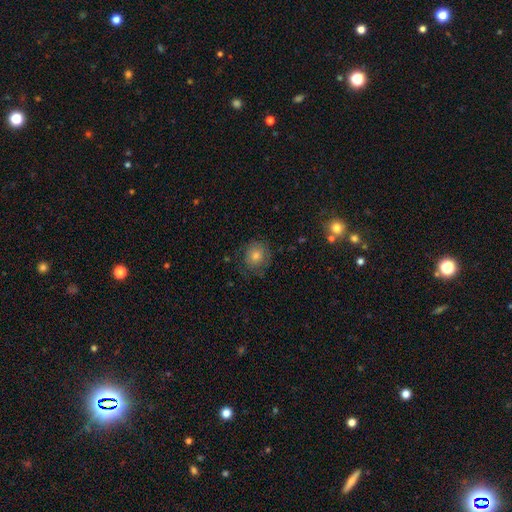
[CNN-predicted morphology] smooth-or-featured: smooth: 64% | featured or disk: 20% | star or artifact: 15%
  how-rounded: round: 81% | in between: 18% | cigar-shaped: 1%
  merging: none: 79% | minor disturbance: 14% | major disturbance: 5% | merger: 1%